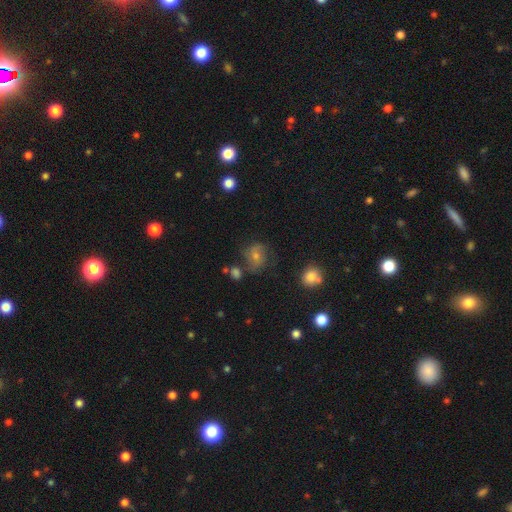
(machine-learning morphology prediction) Smooth or featured?
  - featured or disk: 44% *
  - smooth: 35%
  - star or artifact: 21%
Merging?
  - none: 68% *
  - minor disturbance: 18%
  - major disturbance: 9%
  - merger: 5%